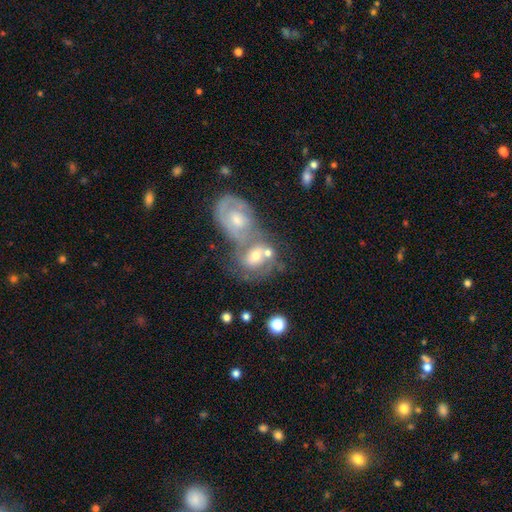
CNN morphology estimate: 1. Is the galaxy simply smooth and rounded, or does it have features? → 62% featured or disk, 29% smooth, 9% star or artifact.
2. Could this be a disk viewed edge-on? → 96% no, 4% yes.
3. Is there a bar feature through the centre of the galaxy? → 65% no, 28% weak, 7% strong.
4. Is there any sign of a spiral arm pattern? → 75% yes, 25% no.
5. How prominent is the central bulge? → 59% moderate, 29% small, 7% large, 3% none, 2% dominant.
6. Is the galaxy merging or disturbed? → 67% merger, 18% none, 8% minor disturbance, 7% major disturbance.